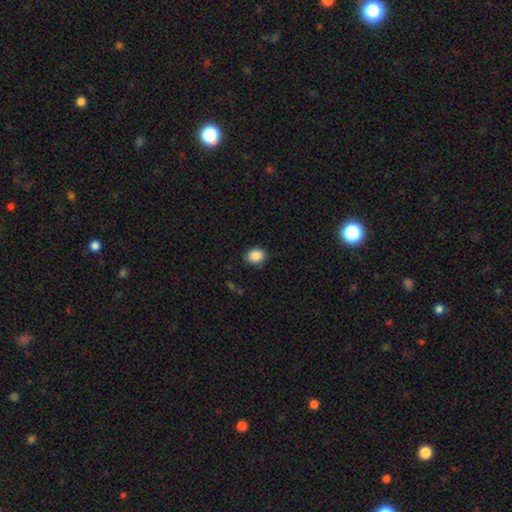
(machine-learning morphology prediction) Smooth or featured? smooth (89%)
How rounded? round (51%)
Merging? none (87%)